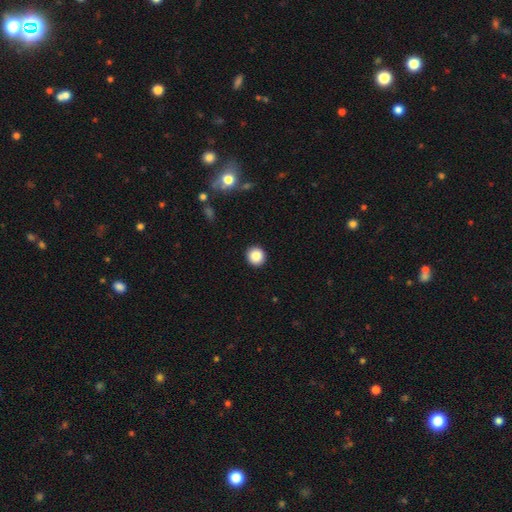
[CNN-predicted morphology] A smooth galaxy with no disk features (87%) that is round (94%).

Vote fractions:
- Smooth or featured? smooth: 87% / star or artifact: 9% / featured or disk: 3%
- How rounded? round: 94% / in between: 5% / cigar-shaped: 1%
- Merging? none: 93% / minor disturbance: 4% / major disturbance: 2% / merger: 1%